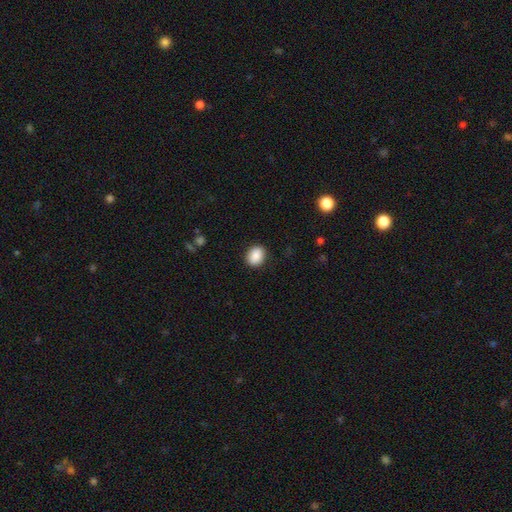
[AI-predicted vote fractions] This is clearly a smooth galaxy (89%). How rounded: possibly in between (54%). Merging: clearly none (89%).